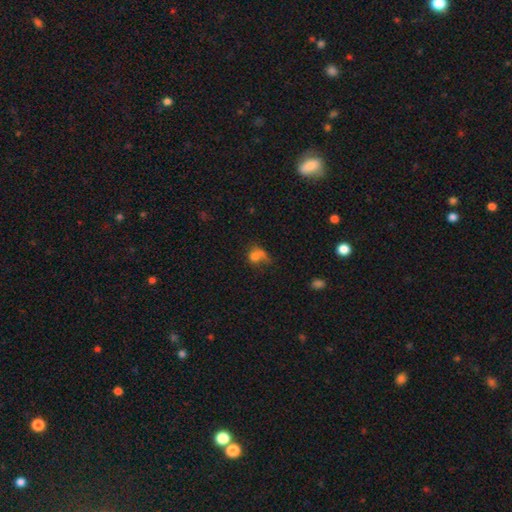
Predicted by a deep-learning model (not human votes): This is likely a smooth galaxy (71%). How rounded: likely round (67%). Merging: marginally merger (36%).